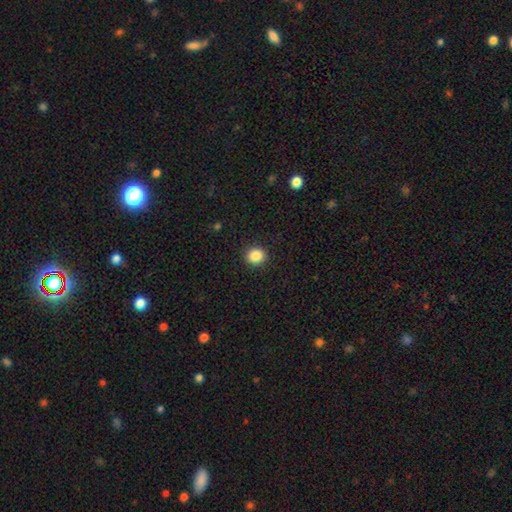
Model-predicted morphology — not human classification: smooth_or_featured: smooth (p=0.86) [alt: star or artifact p=0.10]
how_rounded: round (p=0.85) [alt: in between p=0.14]
merging: none (p=0.91) [alt: minor disturbance p=0.06]